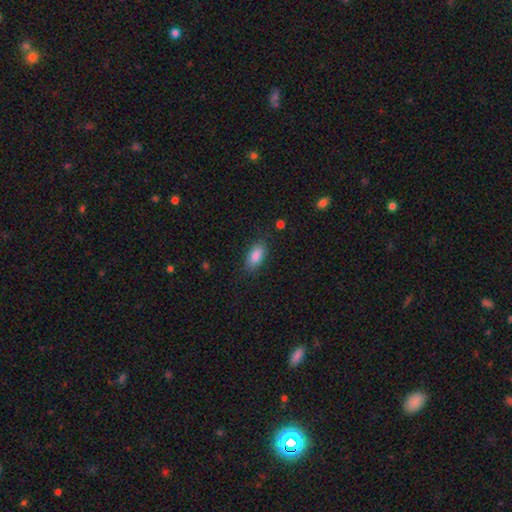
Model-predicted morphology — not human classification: Smooth or featured? Predicted: smooth (p=0.86). How rounded? Predicted: in between (p=0.89). Merging? Predicted: none (p=0.84).